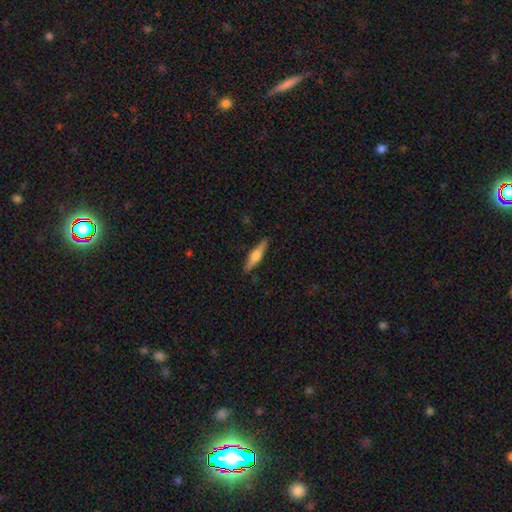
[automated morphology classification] Smooth or featured? featured or disk (52%)
Edge-on disk? yes (96%)
Merging? none (90%)